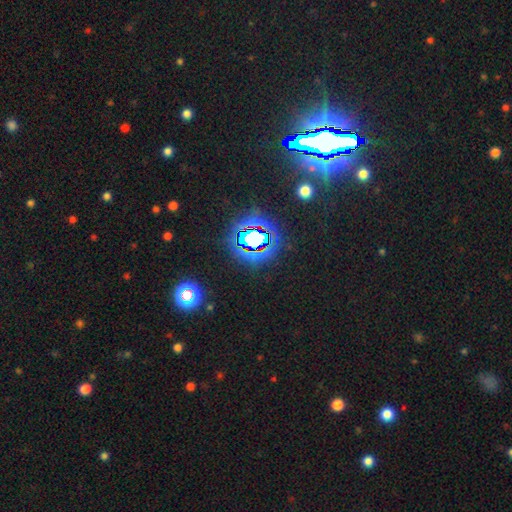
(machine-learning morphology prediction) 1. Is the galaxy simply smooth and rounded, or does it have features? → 84% star or artifact, 9% smooth, 7% featured or disk.